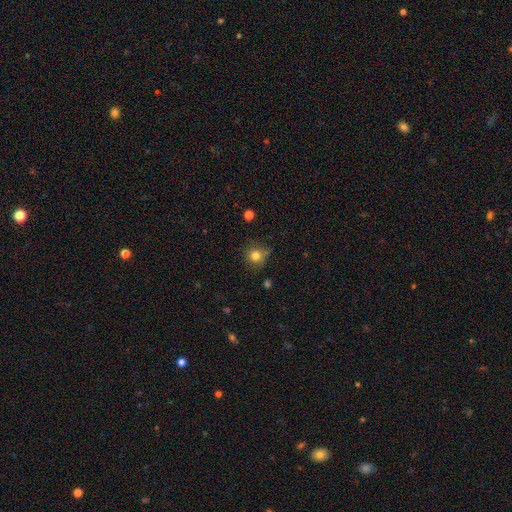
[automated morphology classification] Smooth or featured?
  - smooth: 77% *
  - star or artifact: 14%
  - featured or disk: 9%
How rounded?
  - round: 88% *
  - in between: 11%
  - cigar-shaped: 1%
Merging?
  - none: 69% *
  - minor disturbance: 22%
  - major disturbance: 6%
  - merger: 3%